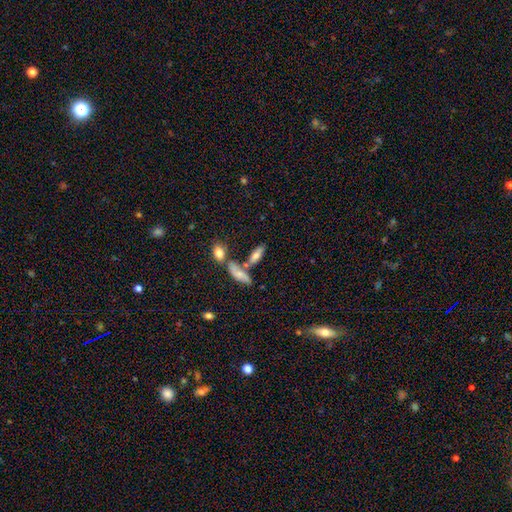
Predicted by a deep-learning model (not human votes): Q: Smooth or featured?
A: smooth (66%); runner-up: featured or disk (25%)
Q: How rounded?
A: in between (58%); runner-up: cigar-shaped (39%)
Q: Merging?
A: none (53%); runner-up: merger (28%)